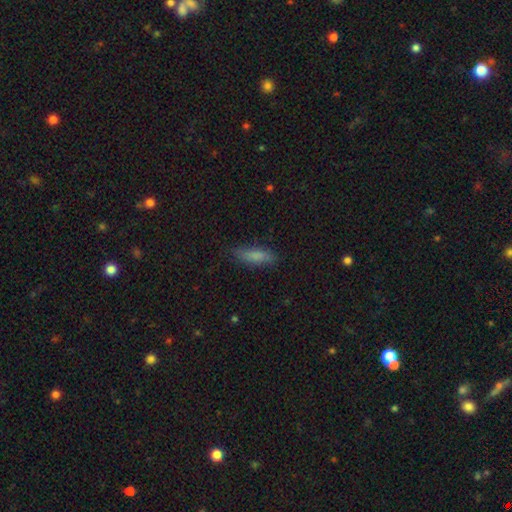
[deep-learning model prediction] A smooth galaxy with no disk features (81%) that is cigar-shaped (51%). Merging: none (81%).